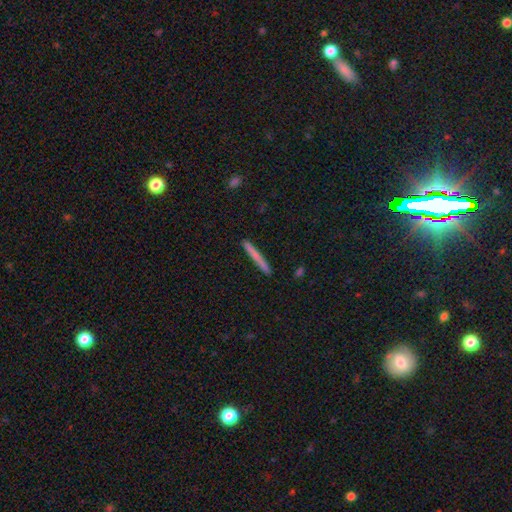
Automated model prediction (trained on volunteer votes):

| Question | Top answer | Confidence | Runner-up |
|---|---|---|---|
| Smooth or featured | smooth | 69% | featured or disk (25%) |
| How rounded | cigar-shaped | 97% | in between (2%) |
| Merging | none | 91% | minor disturbance (6%) |